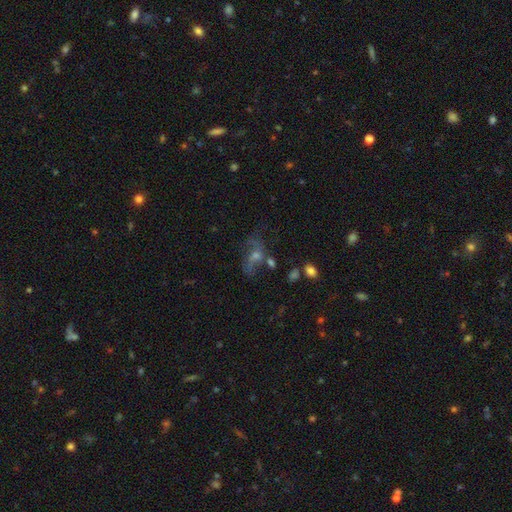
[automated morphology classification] Q: Smooth or featured?
A: featured or disk (56%); runner-up: star or artifact (22%)
Q: Edge-on disk?
A: no (92%); runner-up: yes (8%)
Q: Bar?
A: no (63%); runner-up: weak (29%)
Q: Spiral arms?
A: yes (73%); runner-up: no (27%)
Q: Bulge size?
A: moderate (45%); runner-up: small (39%)
Q: Merging?
A: none (50%); runner-up: major disturbance (22%)